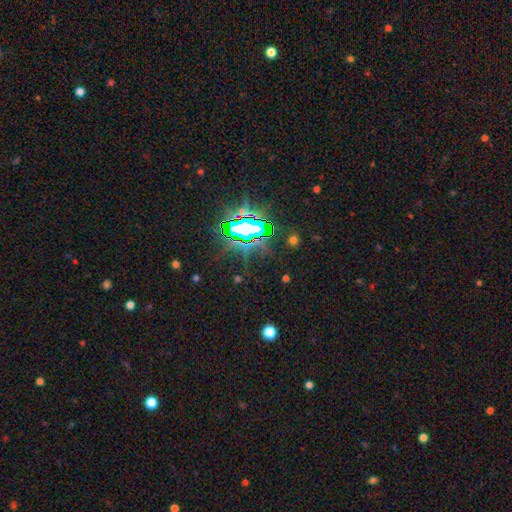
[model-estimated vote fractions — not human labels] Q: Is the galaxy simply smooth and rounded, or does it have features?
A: star or artifact — 83%.